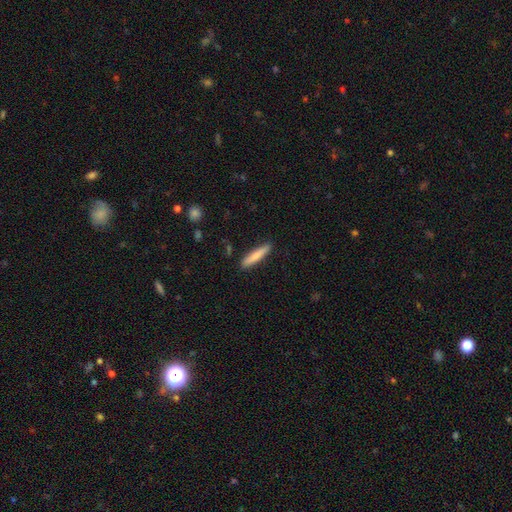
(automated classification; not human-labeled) A smooth galaxy with no disk features (79%) that is cigar-shaped (88%).

Vote fractions:
- Smooth or featured? smooth: 79% / featured or disk: 15% / star or artifact: 6%
- How rounded? cigar-shaped: 88% / in between: 10% / round: 1%
- Merging? none: 88% / minor disturbance: 9% / major disturbance: 2% / merger: 1%